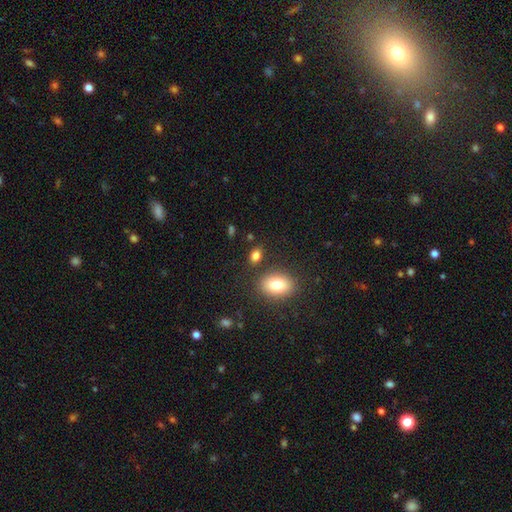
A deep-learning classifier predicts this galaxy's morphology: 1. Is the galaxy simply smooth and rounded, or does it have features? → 82% smooth, 11% star or artifact, 8% featured or disk.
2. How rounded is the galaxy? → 81% in between, 16% round, 3% cigar-shaped.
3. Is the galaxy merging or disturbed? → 79% none, 10% minor disturbance, 8% merger, 3% major disturbance.